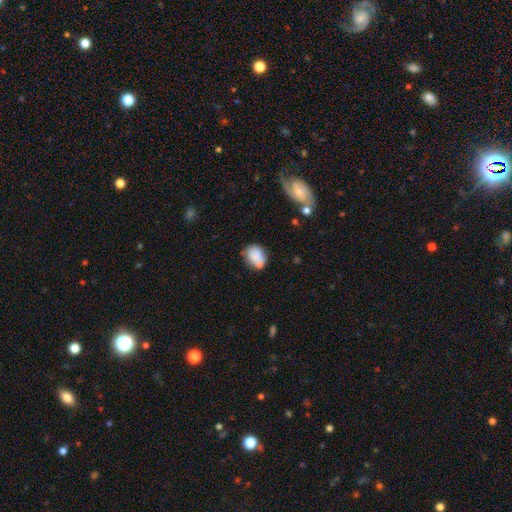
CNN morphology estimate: Smooth or featured? smooth (79%)
How rounded? in between (61%)
Merging? none (51%)